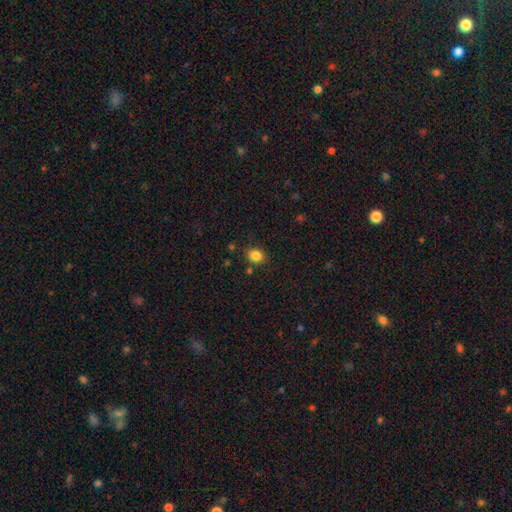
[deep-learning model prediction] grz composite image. It shows a smooth galaxy with no disk features (85%) that is round (57%). Merging: none (83%).